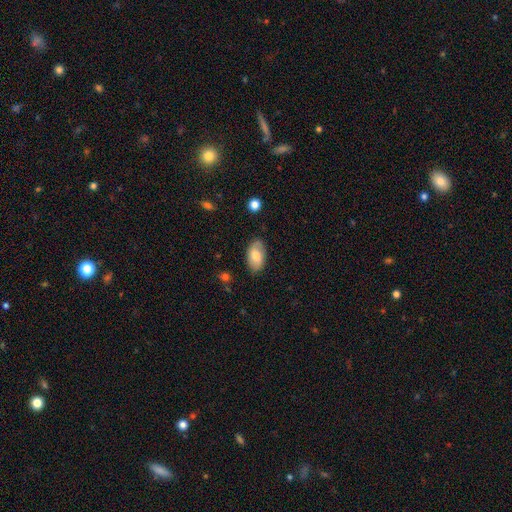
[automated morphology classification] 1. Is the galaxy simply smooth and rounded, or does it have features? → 68% smooth, 25% featured or disk, 7% star or artifact.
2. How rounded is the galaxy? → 94% in between, 5% round, 2% cigar-shaped.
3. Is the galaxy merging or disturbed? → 79% none, 16% minor disturbance, 3% major disturbance, 1% merger.